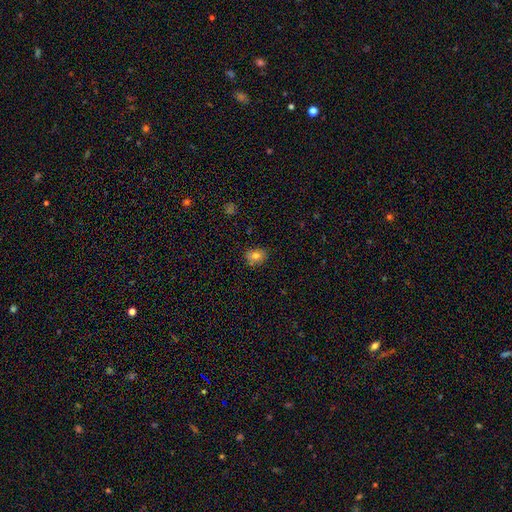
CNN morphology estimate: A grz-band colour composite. It shows a smooth galaxy with no disk features (79%) that is in between round and cigar-shaped (56%). Merging: none (77%).